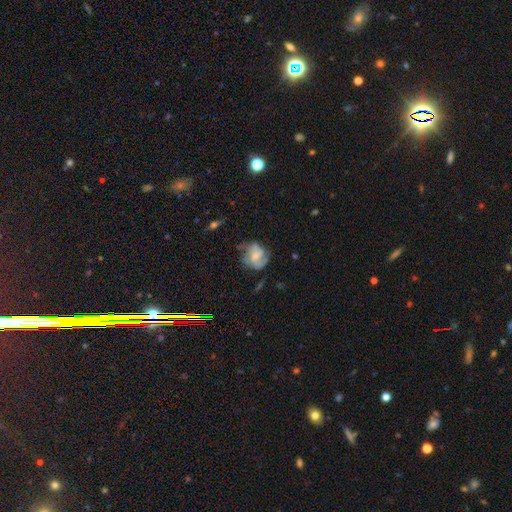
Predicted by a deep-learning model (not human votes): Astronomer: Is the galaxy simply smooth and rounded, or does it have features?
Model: featured or disk — 64%.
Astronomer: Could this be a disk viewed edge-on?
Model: no — 97%.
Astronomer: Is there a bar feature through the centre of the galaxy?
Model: no — 49% (runner-up: weak, 41%).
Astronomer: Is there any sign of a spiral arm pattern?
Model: yes — 81%.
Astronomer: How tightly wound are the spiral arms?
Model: medium — 44% (runner-up: tight, 32%).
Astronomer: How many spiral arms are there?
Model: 2 — 55%.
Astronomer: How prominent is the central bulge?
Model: small — 43% (runner-up: moderate, 33%).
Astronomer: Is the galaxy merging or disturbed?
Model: none — 55%.